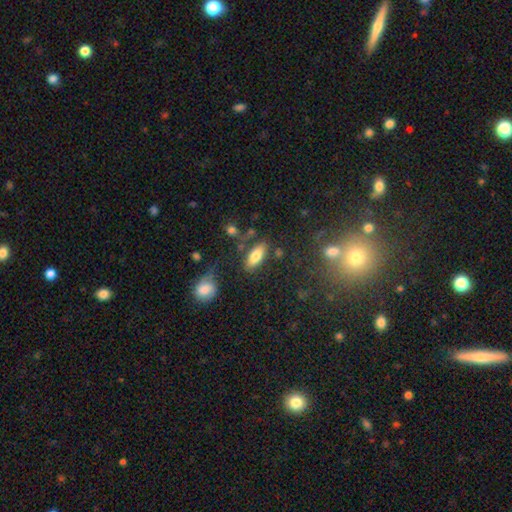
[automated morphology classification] The model was most divided on "merging": none: 75%, minor disturbance: 14%, merger: 6%, major disturbance: 5%. More confident: how rounded — in between (83%); smooth or featured — smooth (77%).